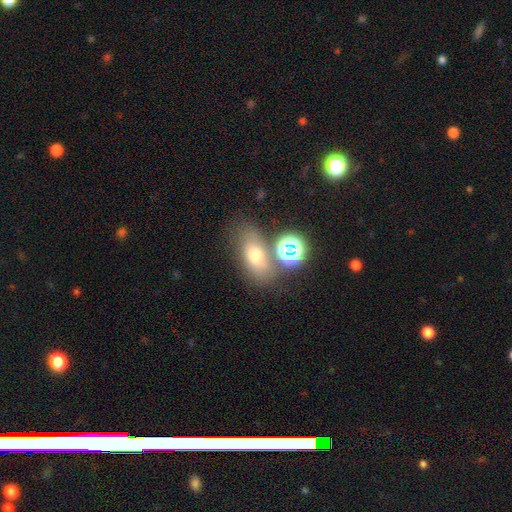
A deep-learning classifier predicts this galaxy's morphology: Smooth or featured? smooth (64%)
How rounded? in between (73%)
Merging? none (62%)